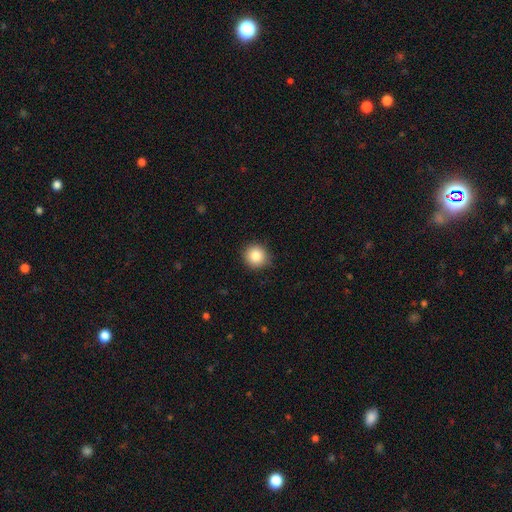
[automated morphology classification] A smooth galaxy with no disk features (86%) that is round (92%).

Vote fractions:
- Smooth or featured? smooth: 86% / star or artifact: 9% / featured or disk: 5%
- How rounded? round: 92% / in between: 7% / cigar-shaped: 1%
- Merging? none: 88% / minor disturbance: 9% / major disturbance: 2% / merger: 1%